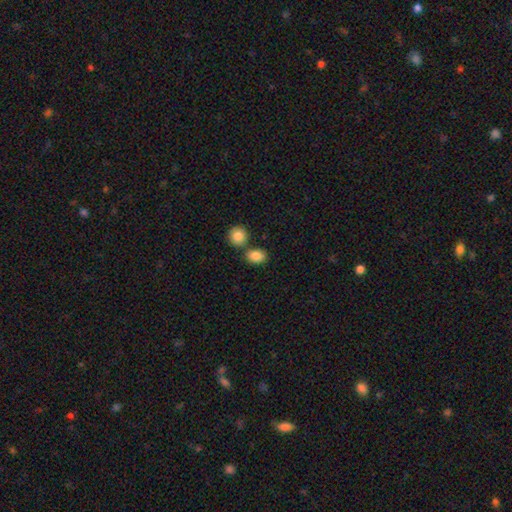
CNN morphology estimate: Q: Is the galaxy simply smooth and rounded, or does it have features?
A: smooth — 85%.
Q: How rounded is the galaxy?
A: in between — 67%.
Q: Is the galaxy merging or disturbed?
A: none — 63%.